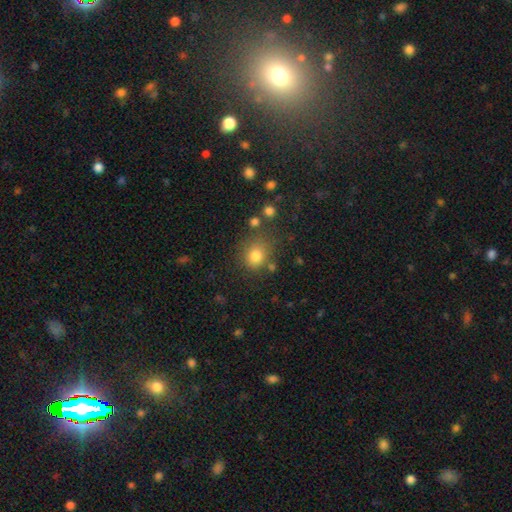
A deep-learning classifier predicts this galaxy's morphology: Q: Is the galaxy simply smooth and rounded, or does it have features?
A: smooth — 80%.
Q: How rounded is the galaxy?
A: round — 76%.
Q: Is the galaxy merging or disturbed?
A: none — 71%.